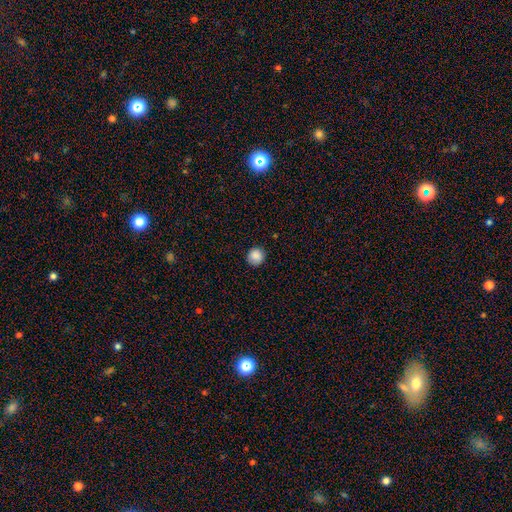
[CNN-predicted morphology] Smooth or featured? smooth (88%)
How rounded? round (93%)
Merging? none (89%)